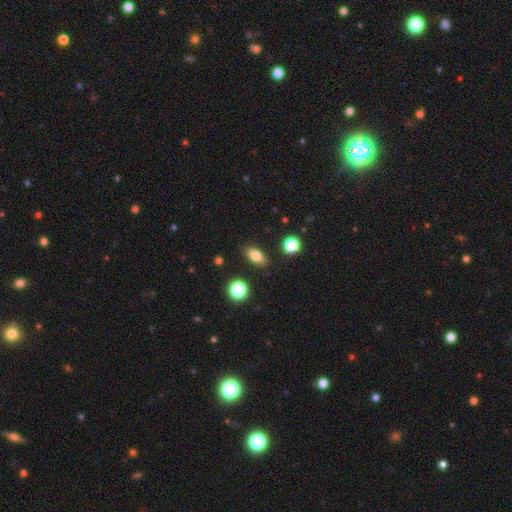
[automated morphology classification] Q: Smooth or featured?
A: smooth (78%); runner-up: featured or disk (12%)
Q: How rounded?
A: in between (79%); runner-up: cigar-shaped (11%)
Q: Merging?
A: none (87%); runner-up: minor disturbance (9%)